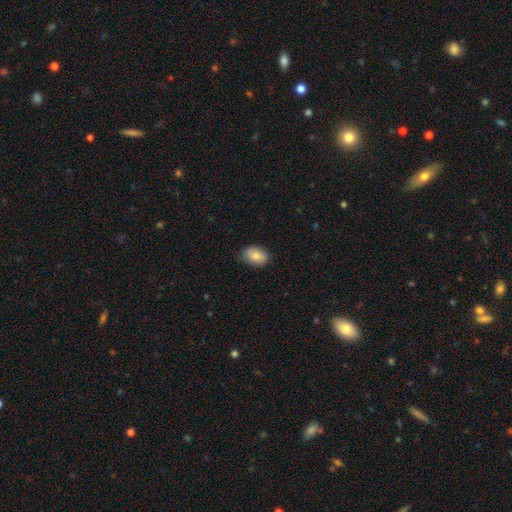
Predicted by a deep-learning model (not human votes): smooth 83%, featured or disk 10%, star or artifact 7%. Down the decision tree: how rounded — in between (80%); merging — none (81%).